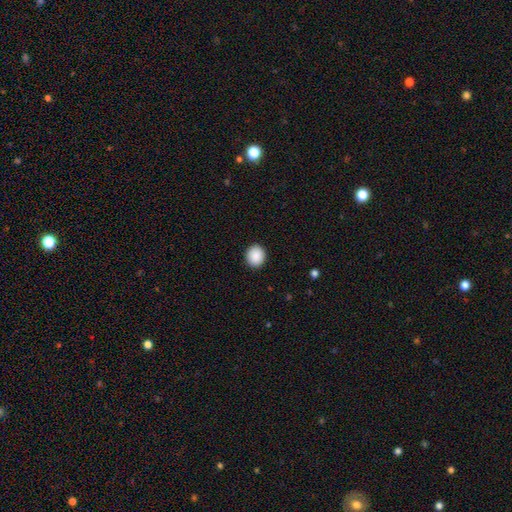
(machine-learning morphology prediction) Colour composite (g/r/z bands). It shows a smooth galaxy with no disk features (90%) that is round (81%). Merging: none (92%).